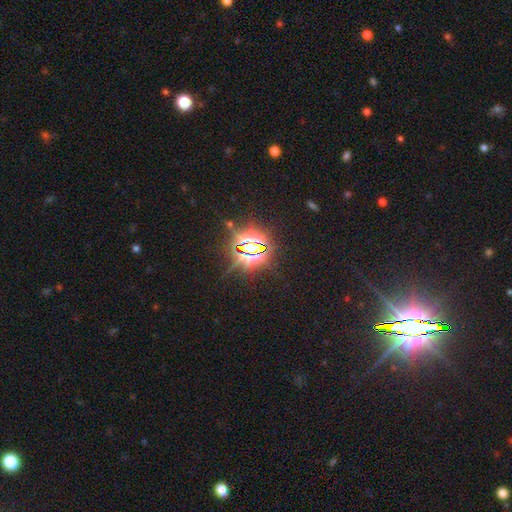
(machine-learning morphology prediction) This appears to be a star or artifact, not a galaxy (82%).